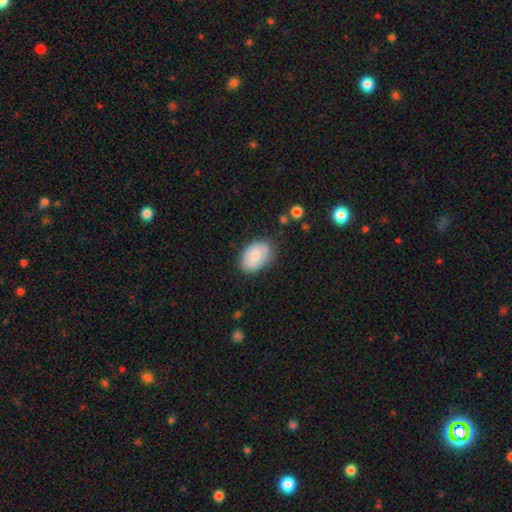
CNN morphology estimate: Smooth or featured?
  - smooth: 75% *
  - featured or disk: 19%
  - star or artifact: 7%
How rounded?
  - in between: 86% *
  - round: 13%
  - cigar-shaped: 1%
Merging?
  - none: 75% *
  - minor disturbance: 18%
  - major disturbance: 4%
  - merger: 2%